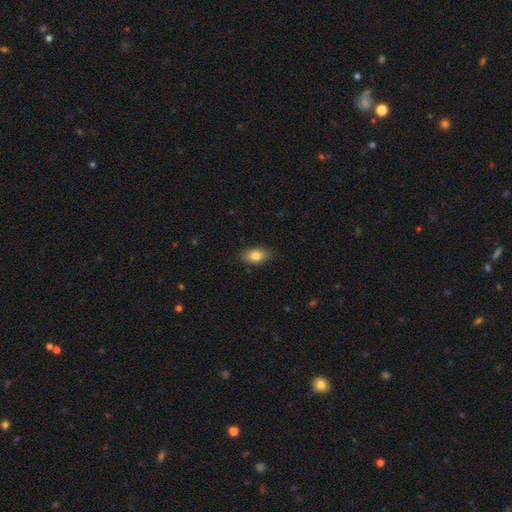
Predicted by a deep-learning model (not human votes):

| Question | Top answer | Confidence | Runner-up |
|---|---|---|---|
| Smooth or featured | smooth | 82% | featured or disk (10%) |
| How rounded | in between | 89% | round (8%) |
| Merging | none | 86% | minor disturbance (11%) |